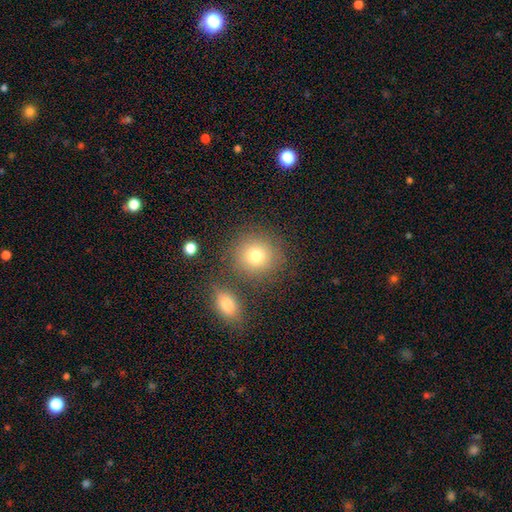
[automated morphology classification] smooth_or_featured: smooth (p=0.78) [alt: star or artifact p=0.12]
how_rounded: round (p=0.86) [alt: in between p=0.13]
merging: none (p=0.78) [alt: merger p=0.10]